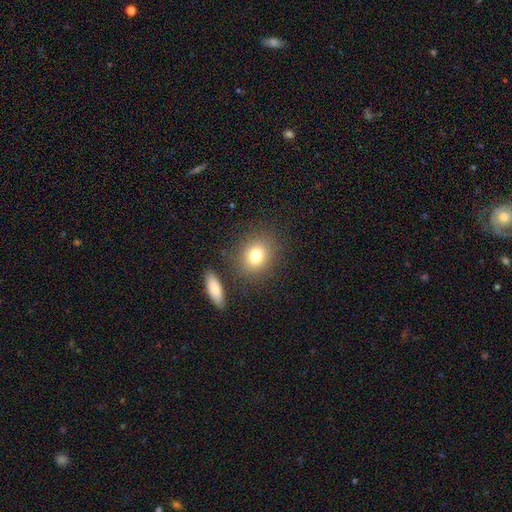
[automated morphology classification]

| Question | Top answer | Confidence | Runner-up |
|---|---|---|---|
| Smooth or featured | smooth | 79% | featured or disk (11%) |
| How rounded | round | 63% | in between (35%) |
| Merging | none | 81% | minor disturbance (10%) |